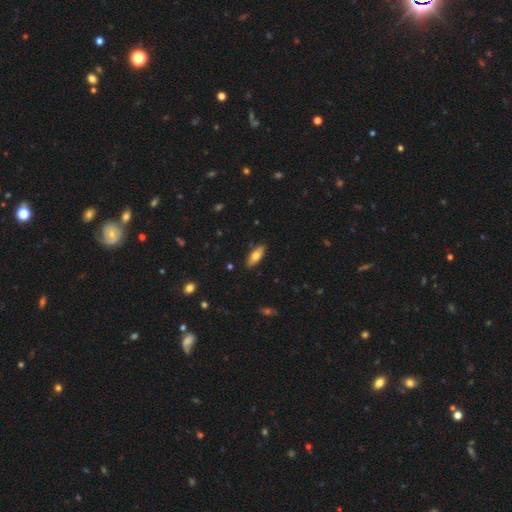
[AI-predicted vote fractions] Smooth or featured: smooth — 70% (featured or disk — 24%)
How rounded: in between — 67% (cigar-shaped — 31%)
Merging: none — 88% (minor disturbance — 9%)